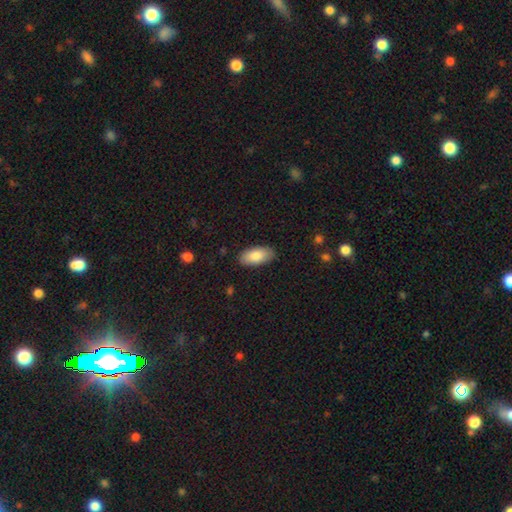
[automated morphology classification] type=smooth (83%); roundness=in between (93%); merging=none (87%).